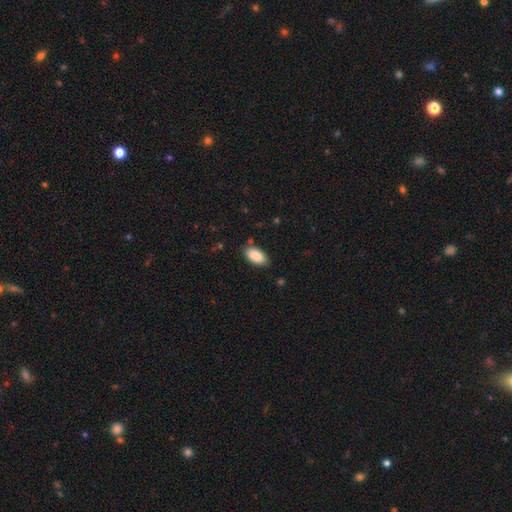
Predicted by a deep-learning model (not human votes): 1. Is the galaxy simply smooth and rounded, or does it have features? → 89% smooth, 7% star or artifact, 5% featured or disk.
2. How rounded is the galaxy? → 95% in between, 3% cigar-shaped, 3% round.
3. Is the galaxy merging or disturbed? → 82% none, 14% minor disturbance, 3% major disturbance, 2% merger.